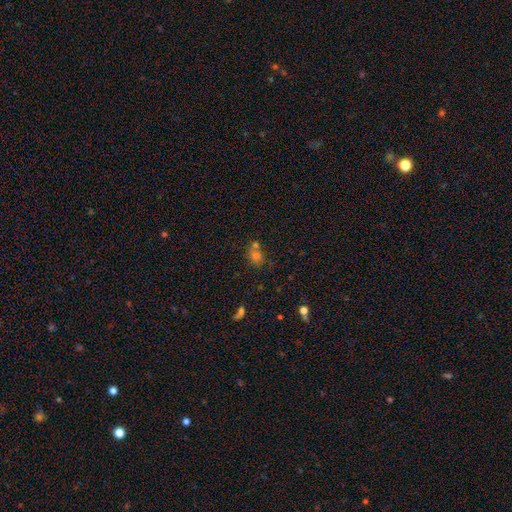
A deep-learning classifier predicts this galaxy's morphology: Smooth or featured? Predicted: smooth (p=0.62). How rounded? Predicted: round (p=0.66). Merging? Predicted: none (p=0.53).